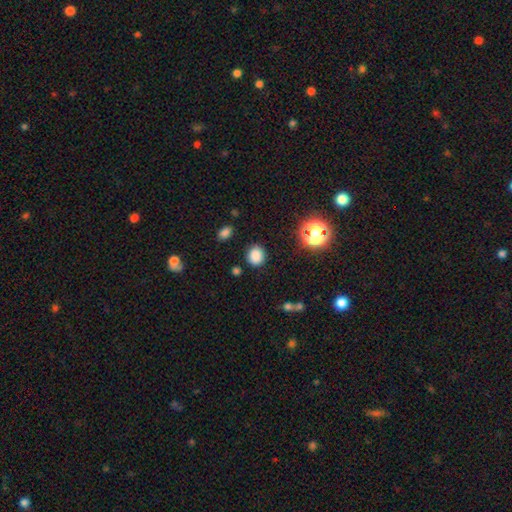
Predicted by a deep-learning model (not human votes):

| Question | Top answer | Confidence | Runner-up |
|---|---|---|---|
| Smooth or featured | smooth | 84% | star or artifact (13%) |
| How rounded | round | 68% | in between (30%) |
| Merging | none | 85% | minor disturbance (10%) |